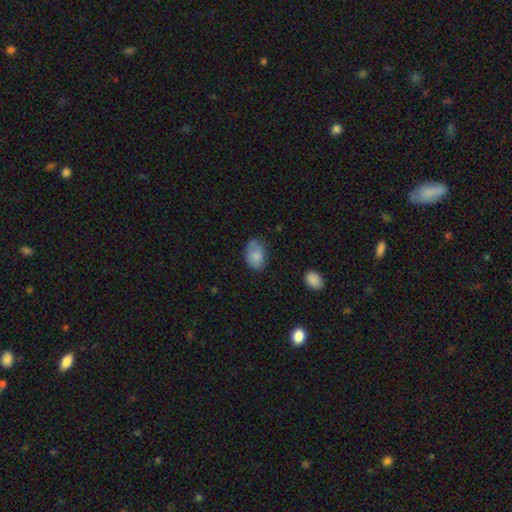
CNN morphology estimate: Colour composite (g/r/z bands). It shows a smooth galaxy with no disk features (83%) that is in between round and cigar-shaped (88%). Merging: none (65%).